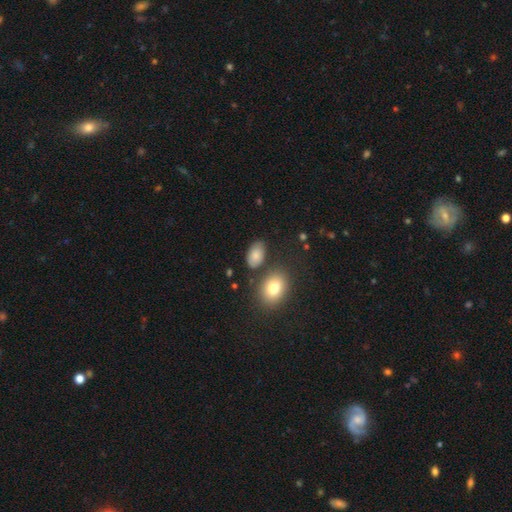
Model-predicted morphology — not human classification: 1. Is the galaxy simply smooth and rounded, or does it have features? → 80% smooth, 11% featured or disk, 9% star or artifact.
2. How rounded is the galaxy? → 89% in between, 9% round, 2% cigar-shaped.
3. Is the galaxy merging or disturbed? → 73% none, 16% minor disturbance, 6% merger, 5% major disturbance.